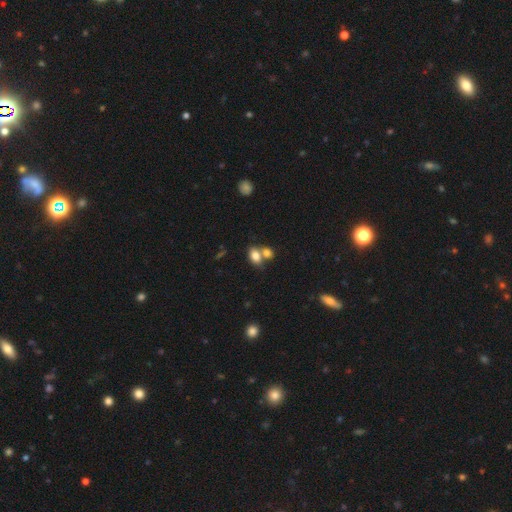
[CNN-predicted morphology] Smooth or featured? smooth (80%)
How rounded? in between (80%)
Merging? merger (51%)